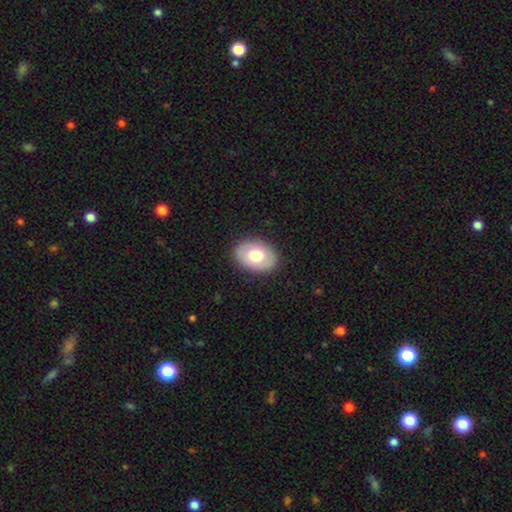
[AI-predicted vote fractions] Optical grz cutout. It shows a smooth galaxy with no disk features (66%) that is in between round and cigar-shaped (77%). Merging: none (87%).